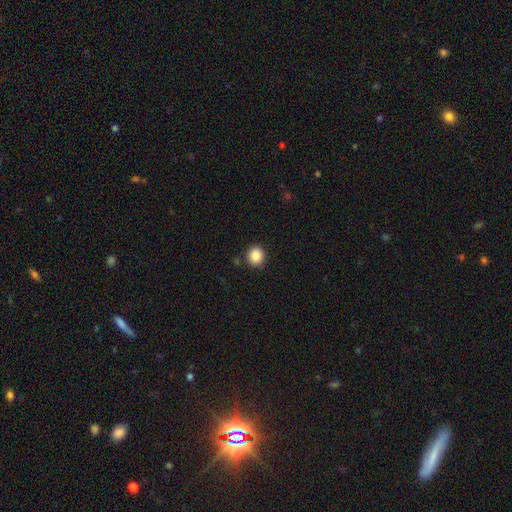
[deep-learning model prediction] The model was most divided on "how rounded": round: 85%, in between: 15%, cigar-shaped: 1%. More confident: merging — none (89%); smooth or featured — smooth (87%).